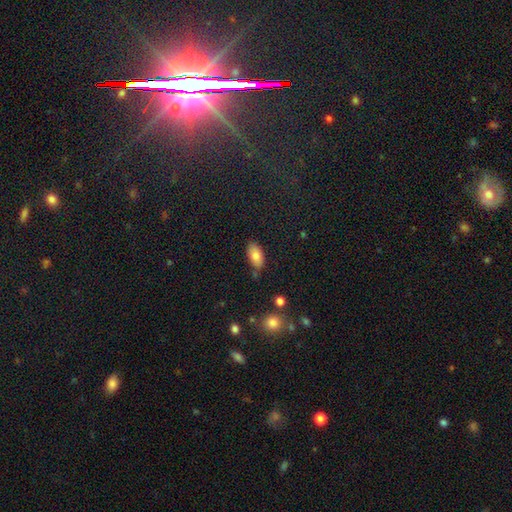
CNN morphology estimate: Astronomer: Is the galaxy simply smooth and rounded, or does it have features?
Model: smooth — 82%.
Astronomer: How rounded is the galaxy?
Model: in between — 92%.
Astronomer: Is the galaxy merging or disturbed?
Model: none — 73%.